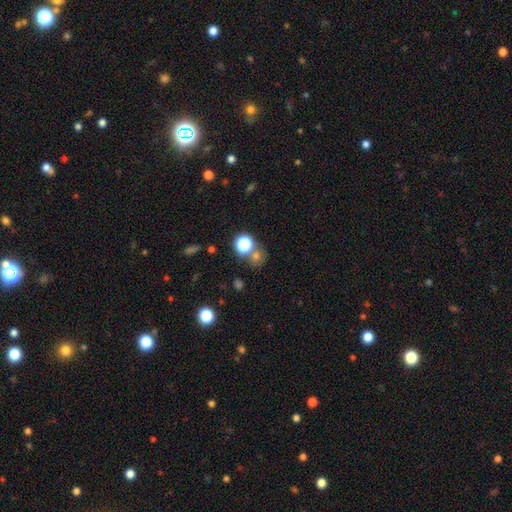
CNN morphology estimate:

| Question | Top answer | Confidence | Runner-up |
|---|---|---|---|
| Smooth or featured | smooth | 60% | star or artifact (31%) |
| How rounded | round | 80% | in between (19%) |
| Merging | none | 61% | merger (23%) |